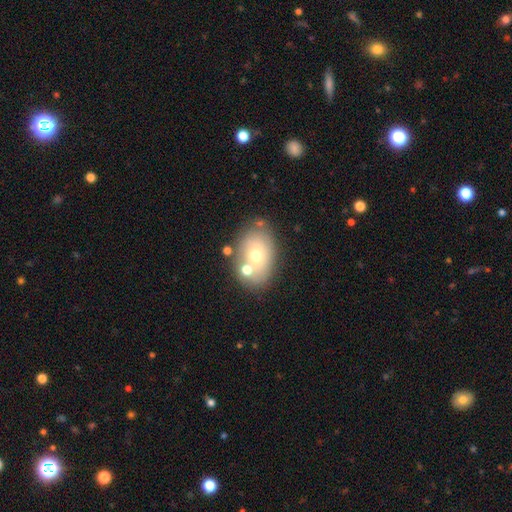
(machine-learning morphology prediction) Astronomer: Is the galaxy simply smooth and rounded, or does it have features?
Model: smooth — 58%.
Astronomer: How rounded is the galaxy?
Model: in between — 77%.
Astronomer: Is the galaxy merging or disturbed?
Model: none — 63%.